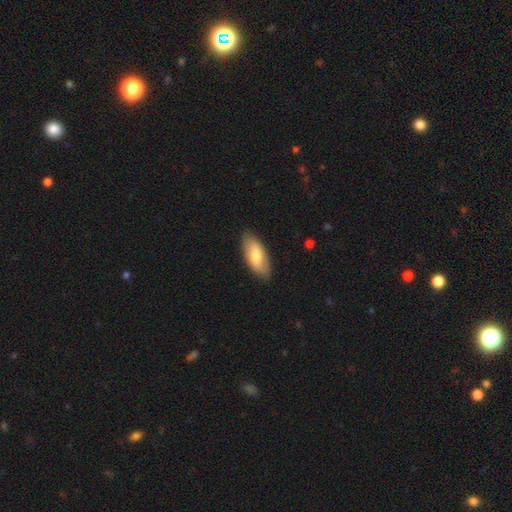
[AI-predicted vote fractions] The model was most divided on "smooth or featured": smooth: 68%, featured or disk: 27%, star or artifact: 5%. More confident: how rounded — in between (88%); merging — none (86%).